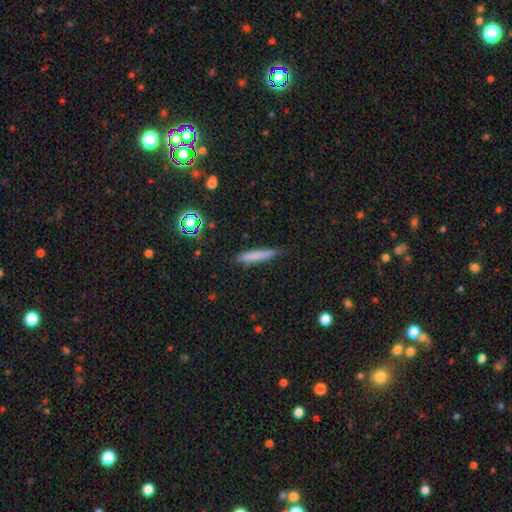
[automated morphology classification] Smooth or featured?
  - smooth: 76% *
  - featured or disk: 15%
  - star or artifact: 9%
How rounded?
  - cigar-shaped: 91% *
  - in between: 8%
  - round: 2%
Merging?
  - none: 81% *
  - minor disturbance: 14%
  - major disturbance: 3%
  - merger: 2%